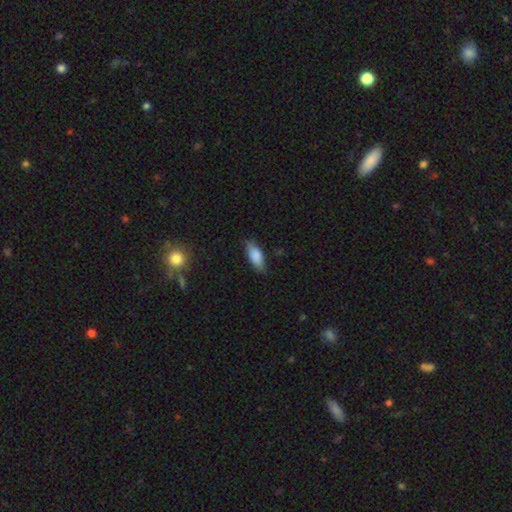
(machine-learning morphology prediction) A smooth galaxy with no disk features (85%) that is in between round and cigar-shaped (81%).

Vote fractions:
- Smooth or featured? smooth: 85% / featured or disk: 9% / star or artifact: 6%
- How rounded? in between: 81% / cigar-shaped: 17% / round: 2%
- Merging? none: 79% / minor disturbance: 17% / major disturbance: 3% / merger: 1%